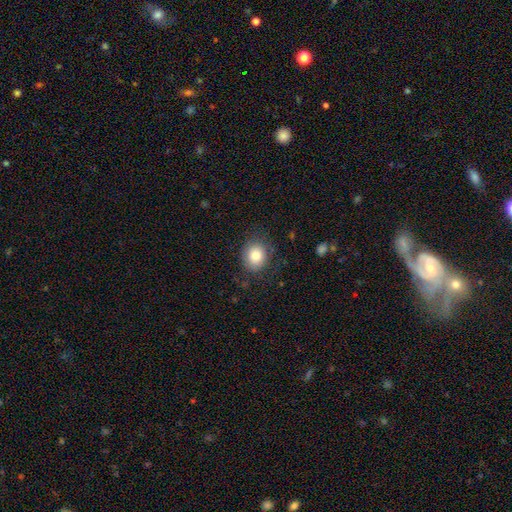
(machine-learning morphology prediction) Smooth or featured?
  - smooth: 80% *
  - featured or disk: 10%
  - star or artifact: 10%
How rounded?
  - round: 66% *
  - in between: 34%
  - cigar-shaped: 1%
Merging?
  - none: 82% *
  - minor disturbance: 12%
  - major disturbance: 4%
  - merger: 1%